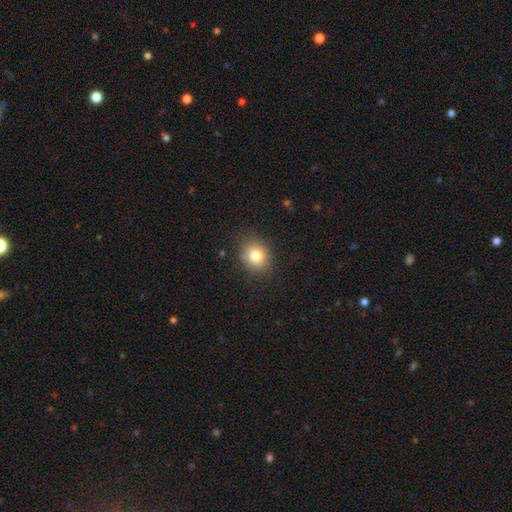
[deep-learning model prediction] Smooth or featured? smooth (81%)
How rounded? round (56%)
Merging? none (83%)